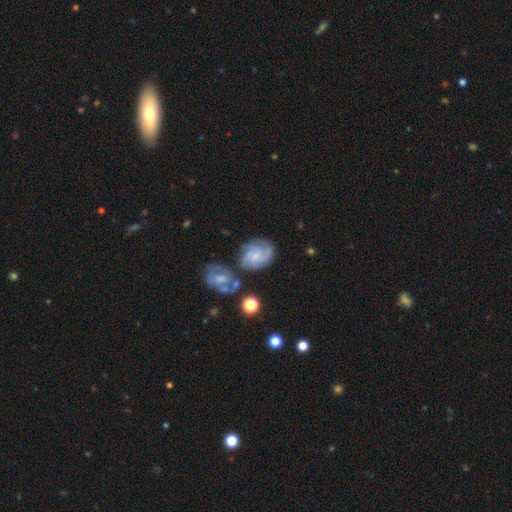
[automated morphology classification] Smooth or featured? Predicted: featured or disk (p=0.76). Edge-on disk? Predicted: no (p=0.98). Bar? Predicted: no (p=0.63). Spiral arms? Predicted: yes (p=0.95). Spiral winding? Predicted: tight (p=0.49). Spiral arm count? Predicted: 3 (p=0.39). Bulge size? Predicted: small (p=0.49). Merging? Predicted: none (p=0.62).